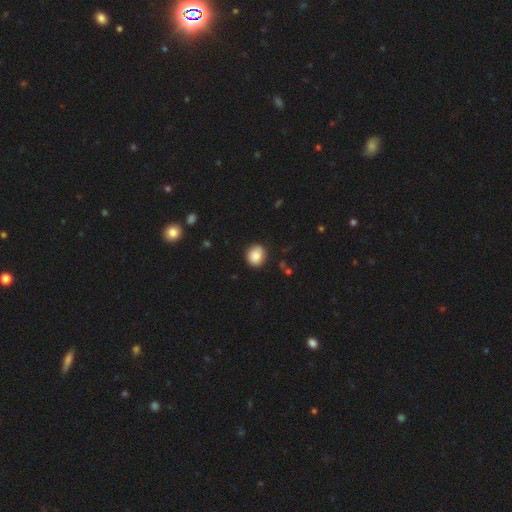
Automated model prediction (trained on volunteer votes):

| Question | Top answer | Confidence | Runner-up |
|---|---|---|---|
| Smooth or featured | smooth | 87% | star or artifact (8%) |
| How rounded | round | 76% | in between (23%) |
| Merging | none | 85% | minor disturbance (11%) |